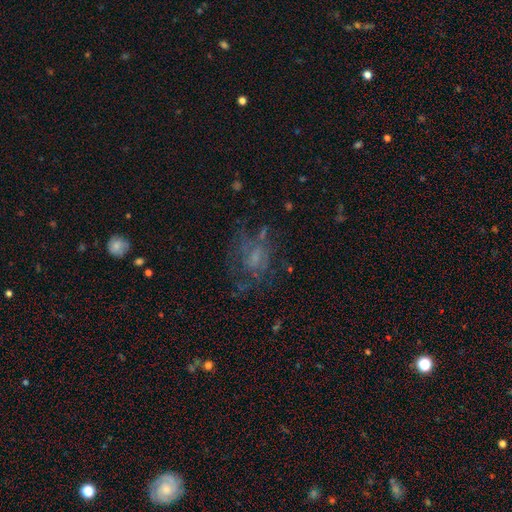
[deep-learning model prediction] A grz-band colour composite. It shows a featured or disk galaxy (49%). Merging: none (51%).